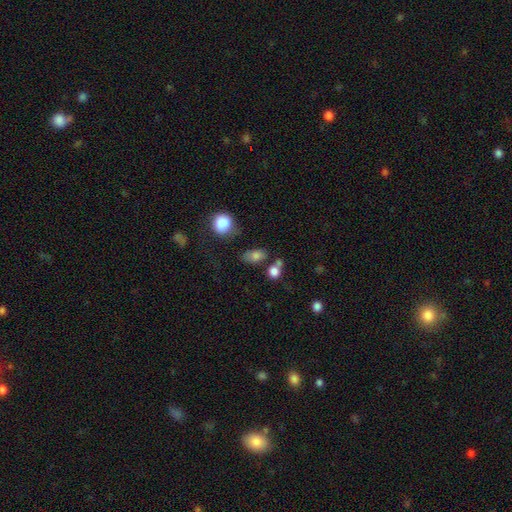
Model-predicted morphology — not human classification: Smooth or featured: smooth — 80% (star or artifact — 11%)
How rounded: in between — 77% (round — 20%)
Merging: none — 58% (minor disturbance — 18%)